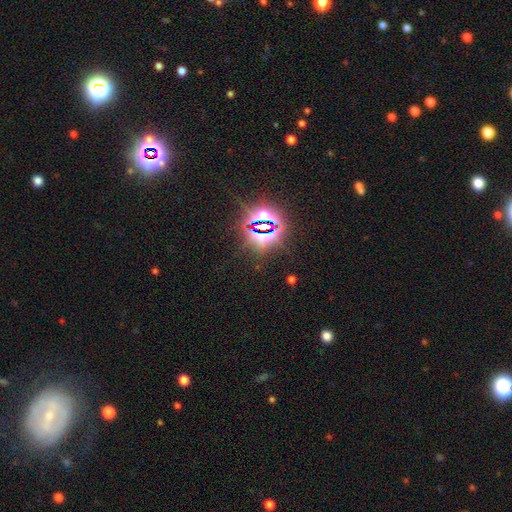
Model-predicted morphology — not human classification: Smooth or featured?
  - star or artifact: 81% *
  - smooth: 11%
  - featured or disk: 8%